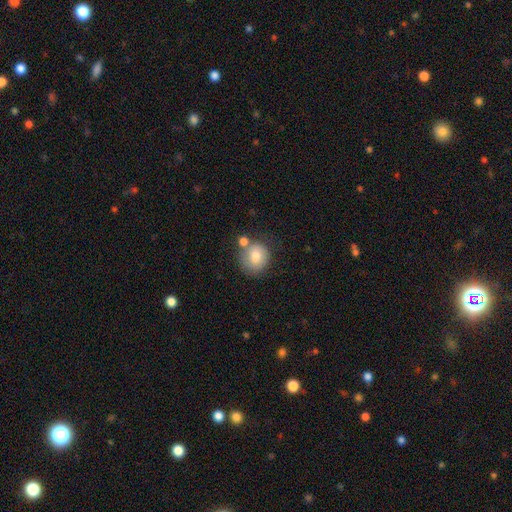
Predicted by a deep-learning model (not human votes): Smooth or featured? Predicted: smooth (p=0.76). How rounded? Predicted: round (p=0.80). Merging? Predicted: none (p=0.55).